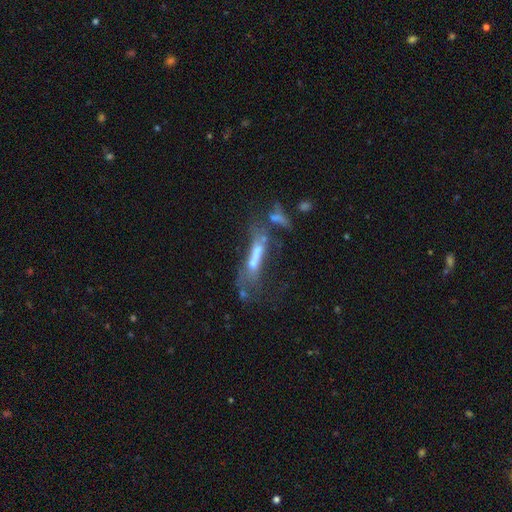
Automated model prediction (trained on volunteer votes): This appears to be a featured or disk galaxy (53%). Merging: merger (36%).